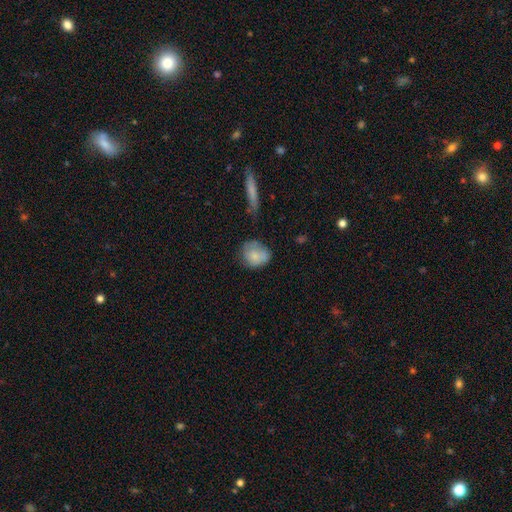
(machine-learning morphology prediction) smooth 77%, featured or disk 16%, star or artifact 8%. Down the decision tree: how rounded — round (61%); merging — none (52%).